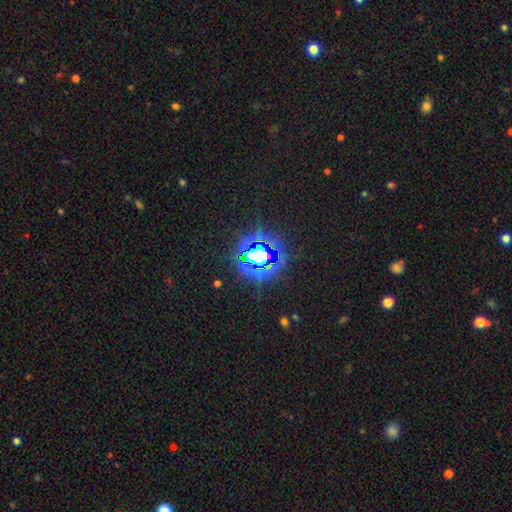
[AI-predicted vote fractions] Smooth or featured?
  - star or artifact: 78% *
  - smooth: 12%
  - featured or disk: 9%